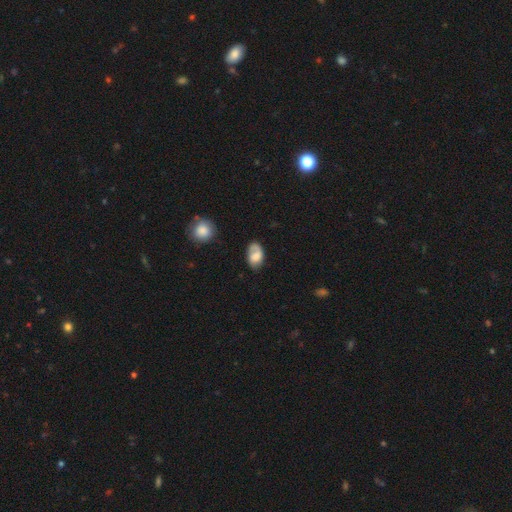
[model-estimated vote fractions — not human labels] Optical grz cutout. It shows a smooth galaxy with no disk features (64%) that is in between round and cigar-shaped (87%). Merging: none (55%).